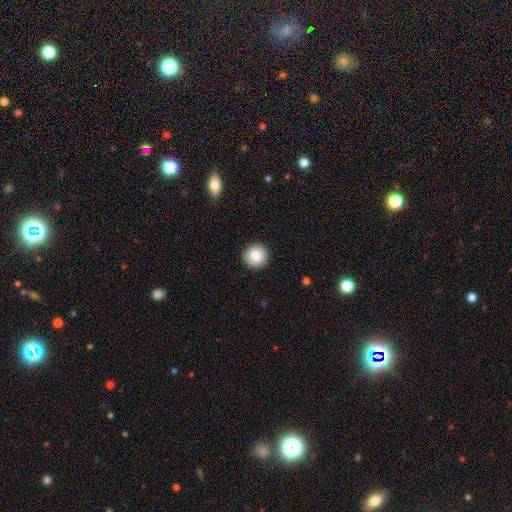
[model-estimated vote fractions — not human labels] A smooth galaxy with no disk features (86%) that is round (95%).

Vote fractions:
- Smooth or featured? smooth: 86% / star or artifact: 8% / featured or disk: 6%
- How rounded? round: 95% / in between: 4% / cigar-shaped: 1%
- Merging? none: 92% / minor disturbance: 5% / major disturbance: 2% / merger: 1%